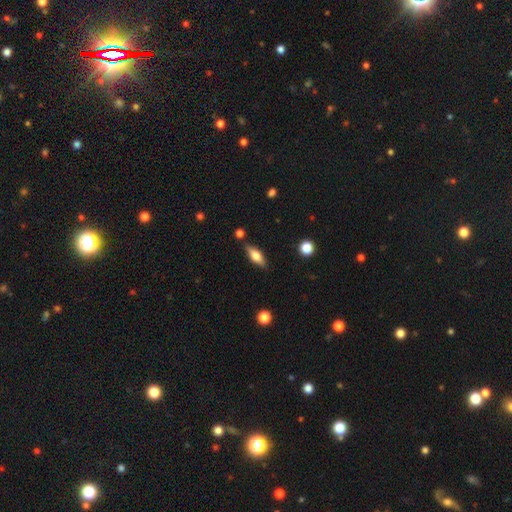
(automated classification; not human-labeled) A smooth galaxy with no disk features (57%) that is in between round and cigar-shaped (61%).

Vote fractions:
- Smooth or featured? smooth: 57% / featured or disk: 37% / star or artifact: 7%
- How rounded? in between: 61% / cigar-shaped: 36% / round: 3%
- Merging? none: 81% / minor disturbance: 12% / merger: 4% / major disturbance: 3%